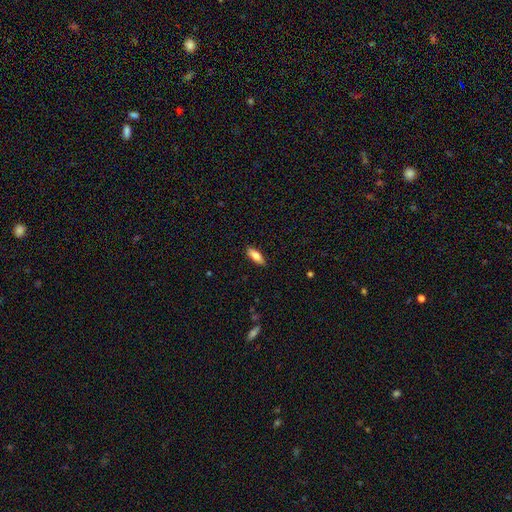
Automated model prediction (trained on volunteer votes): This appears to be a smooth galaxy with no disk features (78%) that is in between round and cigar-shaped (70%). Merging: none (88%).